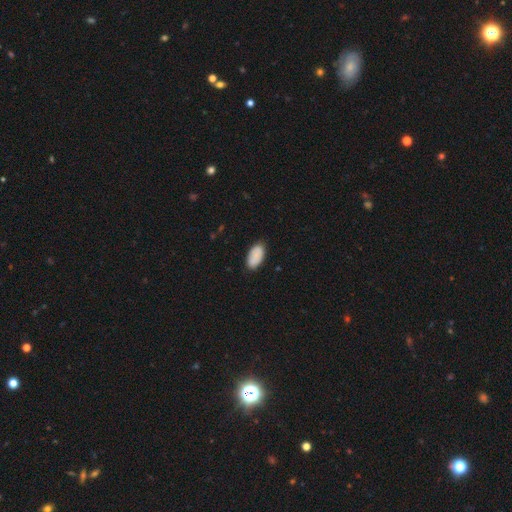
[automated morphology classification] A smooth galaxy with no disk features (88%) that is in between round and cigar-shaped (95%).

Vote fractions:
- Smooth or featured? smooth: 88% / star or artifact: 6% / featured or disk: 6%
- How rounded? in between: 95% / cigar-shaped: 3% / round: 2%
- Merging? none: 83% / minor disturbance: 13% / major disturbance: 2% / merger: 1%